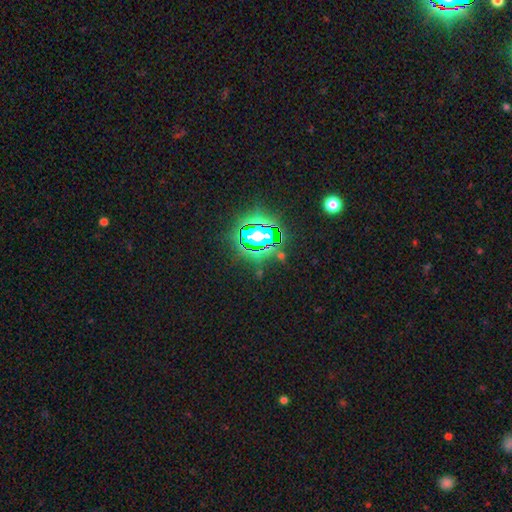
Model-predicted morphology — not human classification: Smooth or featured? Predicted: star or artifact (p=0.82).